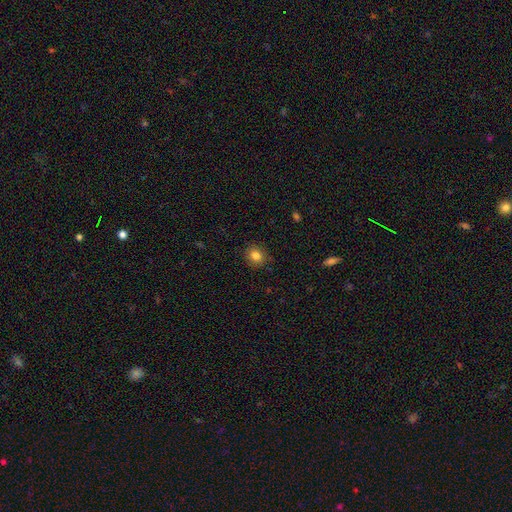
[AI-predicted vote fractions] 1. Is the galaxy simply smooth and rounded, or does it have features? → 83% smooth, 11% star or artifact, 7% featured or disk.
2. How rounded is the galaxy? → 71% round, 28% in between, 1% cigar-shaped.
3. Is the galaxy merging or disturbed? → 88% none, 9% minor disturbance, 2% major disturbance, 1% merger.